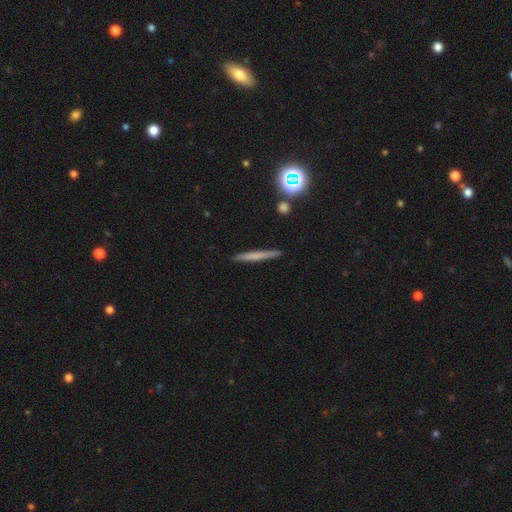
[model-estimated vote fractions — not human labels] Morphology: type=smooth (54%); roundness=cigar-shaped (95%); merging=none (90%).